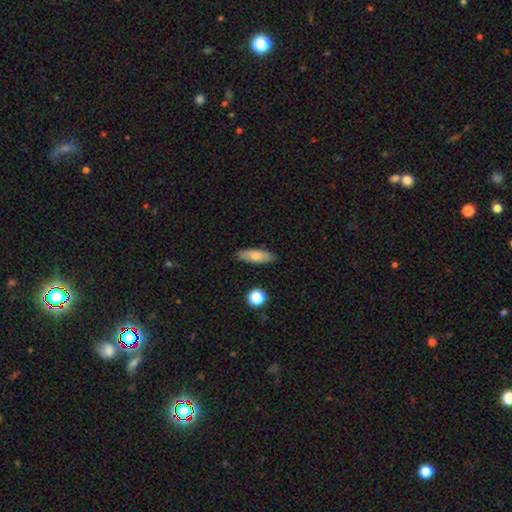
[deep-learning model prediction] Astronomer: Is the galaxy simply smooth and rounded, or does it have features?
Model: smooth — 77%.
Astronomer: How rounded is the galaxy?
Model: in between — 59% (runner-up: cigar-shaped, 38%).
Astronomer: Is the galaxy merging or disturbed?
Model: none — 84%.